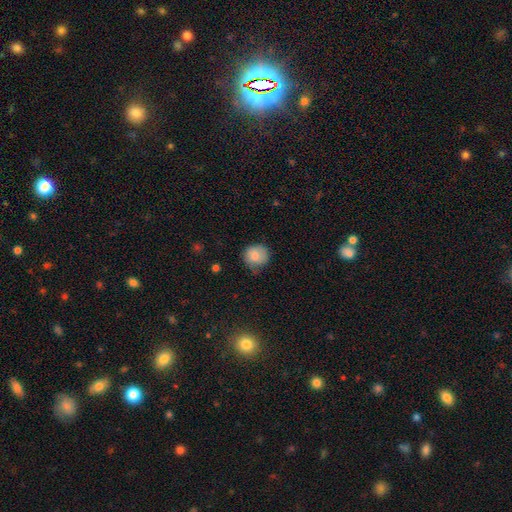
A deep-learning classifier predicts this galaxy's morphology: A smooth galaxy with no disk features (84%) that is round (88%).

Vote fractions:
- Smooth or featured? smooth: 84% / star or artifact: 8% / featured or disk: 8%
- How rounded? round: 88% / in between: 11% / cigar-shaped: 1%
- Merging? none: 66% / minor disturbance: 27% / major disturbance: 6% / merger: 1%